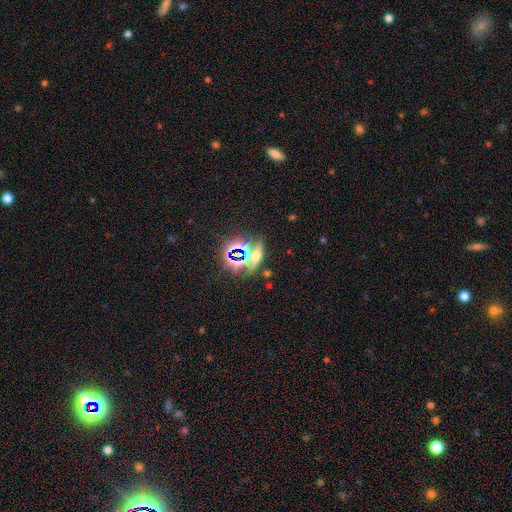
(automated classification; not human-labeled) The model was most divided on "smooth or featured": star or artifact: 46%, smooth: 34%, featured or disk: 19%.